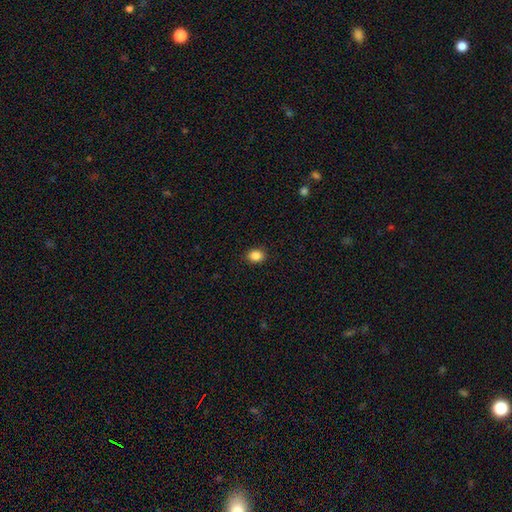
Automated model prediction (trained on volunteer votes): Smooth or featured?
  - smooth: 86% *
  - star or artifact: 10%
  - featured or disk: 3%
How rounded?
  - round: 54% *
  - in between: 45%
  - cigar-shaped: 1%
Merging?
  - none: 91% *
  - minor disturbance: 7%
  - major disturbance: 2%
  - merger: 1%